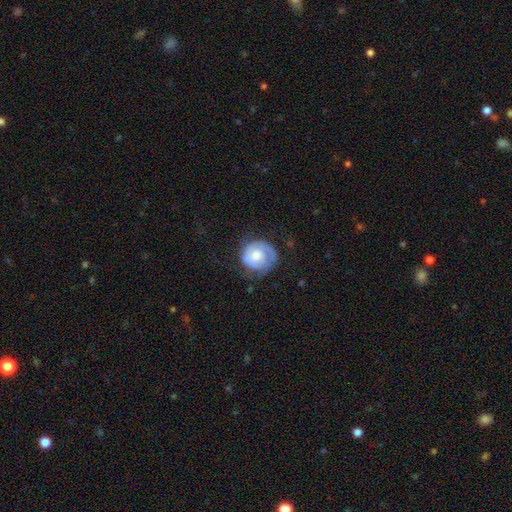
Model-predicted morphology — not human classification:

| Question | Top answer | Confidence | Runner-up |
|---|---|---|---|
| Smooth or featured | featured or disk | 66% | smooth (28%) |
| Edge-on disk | no | 98% | yes (2%) |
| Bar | no | 75% | weak (21%) |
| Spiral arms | yes | 86% | no (14%) |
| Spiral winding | tight | 64% | medium (27%) |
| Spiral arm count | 2 | 37% | 1 (28%) |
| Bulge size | moderate | 53% | small (29%) |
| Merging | none | 65% | minor disturbance (22%) |